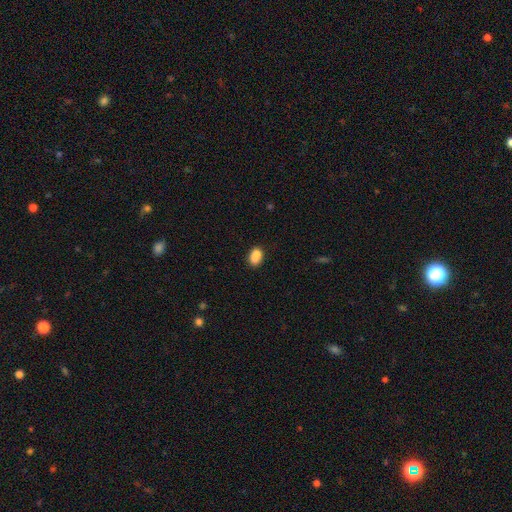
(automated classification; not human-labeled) smooth_or_featured: smooth (p=0.86) [alt: star or artifact p=0.09]
how_rounded: in between (p=0.83) [alt: round p=0.15]
merging: none (p=0.74) [alt: minor disturbance p=0.17]